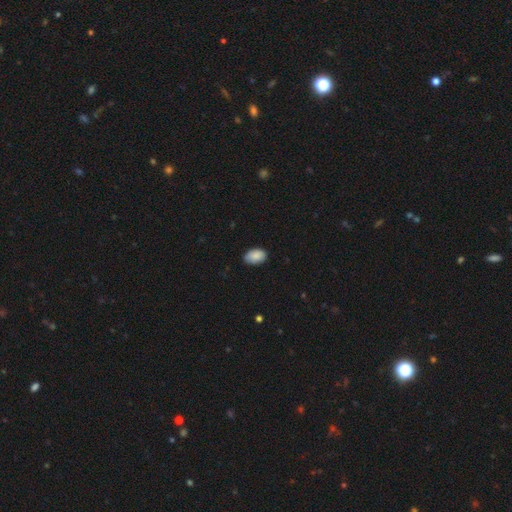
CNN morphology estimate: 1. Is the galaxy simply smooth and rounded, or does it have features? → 88% smooth, 7% star or artifact, 5% featured or disk.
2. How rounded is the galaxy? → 91% in between, 8% round, 1% cigar-shaped.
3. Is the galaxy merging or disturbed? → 82% none, 15% minor disturbance, 2% major disturbance, 1% merger.